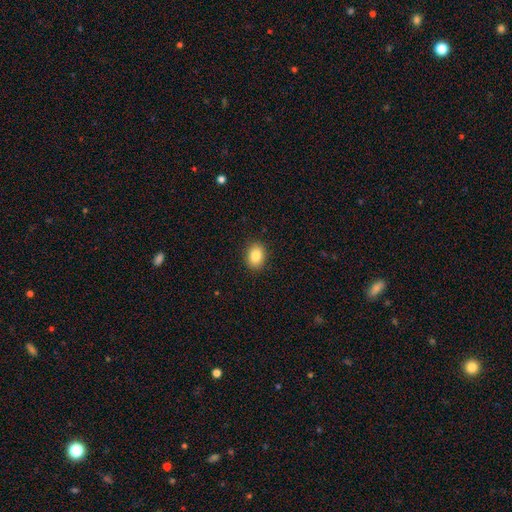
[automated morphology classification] smooth_or_featured: smooth (p=0.85) [alt: star or artifact p=0.09]
how_rounded: in between (p=0.62) [alt: round p=0.37]
merging: none (p=0.90) [alt: minor disturbance p=0.07]